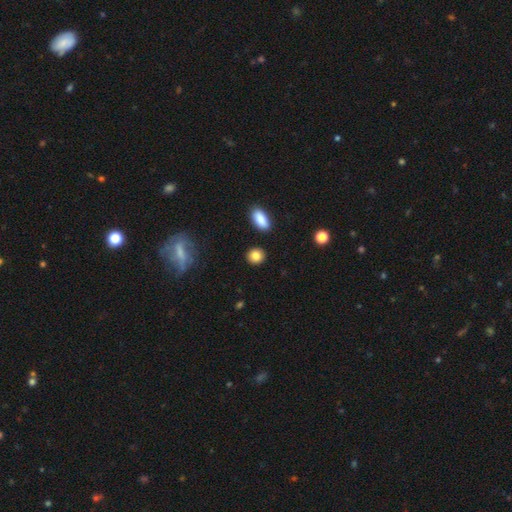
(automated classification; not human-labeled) Smooth or featured? smooth (86%)
How rounded? round (76%)
Merging? none (89%)